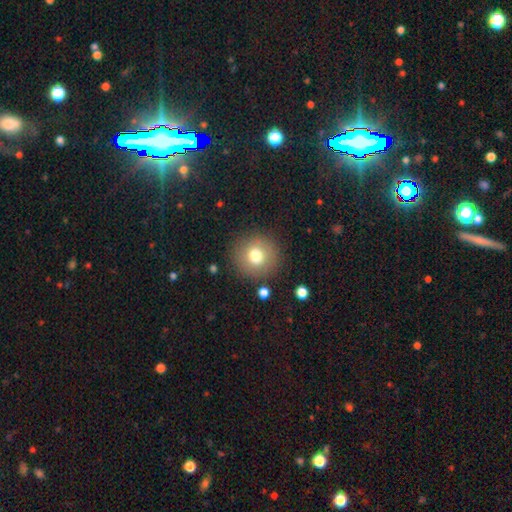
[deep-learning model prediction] smooth_or_featured: smooth (p=0.75) [alt: featured or disk p=0.14]
how_rounded: round (p=0.93) [alt: in between p=0.06]
merging: none (p=0.88) [alt: minor disturbance p=0.07]